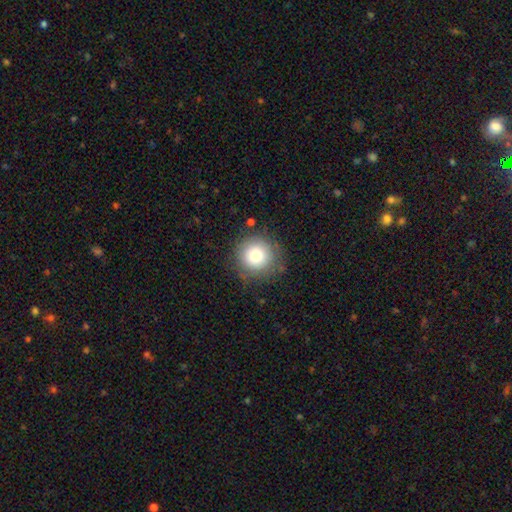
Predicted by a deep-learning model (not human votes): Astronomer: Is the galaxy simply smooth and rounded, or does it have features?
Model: smooth — 77%.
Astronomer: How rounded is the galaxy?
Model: round — 95%.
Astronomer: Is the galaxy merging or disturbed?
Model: none — 83%.